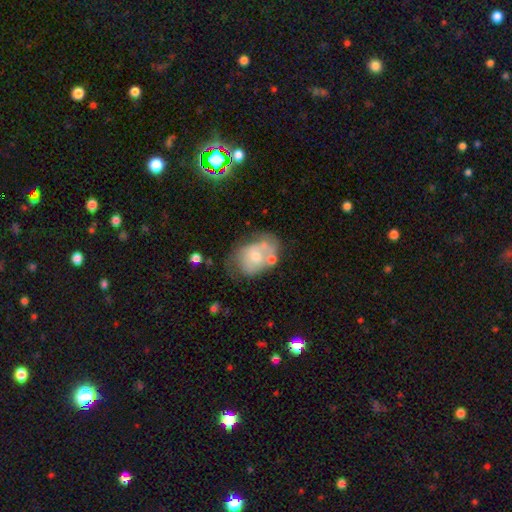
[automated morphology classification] type=smooth (48%); merging=none (32%).